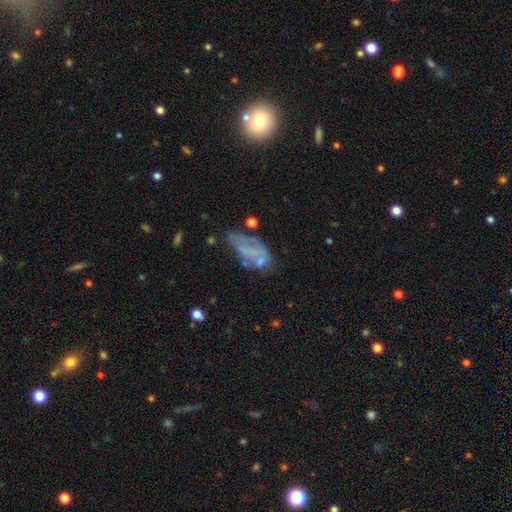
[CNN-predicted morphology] Overall: featured or disk (49%; smooth 36%). Merging: none (37%; minor disturbance 26%).